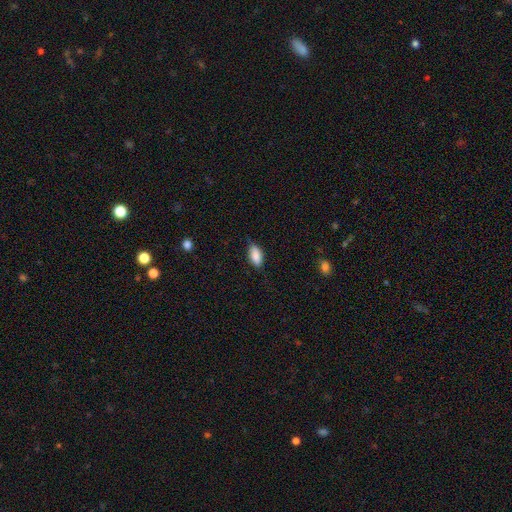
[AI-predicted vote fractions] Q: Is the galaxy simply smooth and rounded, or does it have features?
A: smooth — 85%.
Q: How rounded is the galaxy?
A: in between — 89%.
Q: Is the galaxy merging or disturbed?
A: none — 70%.